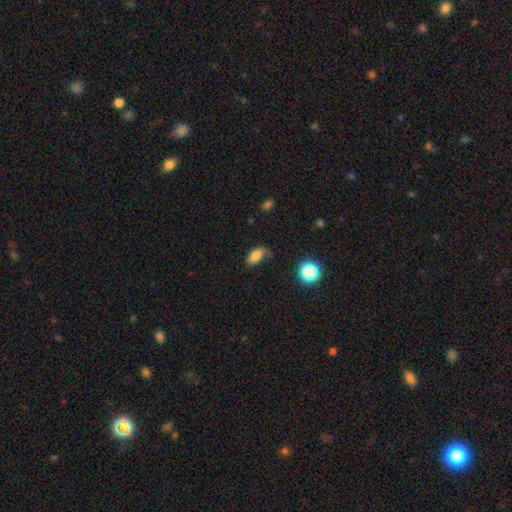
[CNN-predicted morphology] Smooth or featured? smooth (81%)
How rounded? in between (89%)
Merging? none (52%)